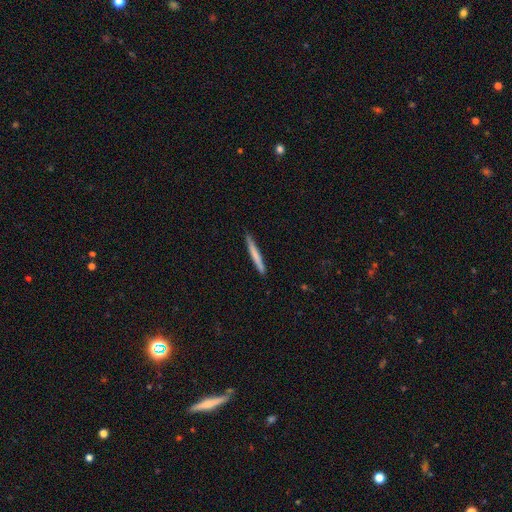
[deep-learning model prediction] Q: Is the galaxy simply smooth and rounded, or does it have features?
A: smooth — 70%.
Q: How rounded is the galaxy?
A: cigar-shaped — 97%.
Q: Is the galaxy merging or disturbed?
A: none — 89%.